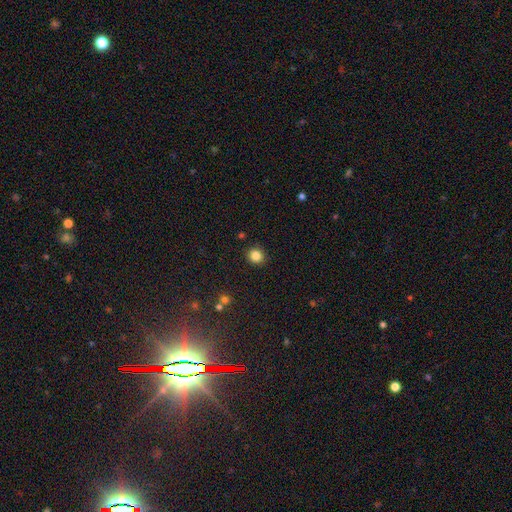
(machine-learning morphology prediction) Q: Smooth or featured?
A: smooth (84%); runner-up: star or artifact (12%)
Q: How rounded?
A: round (88%); runner-up: in between (11%)
Q: Merging?
A: none (91%); runner-up: minor disturbance (6%)